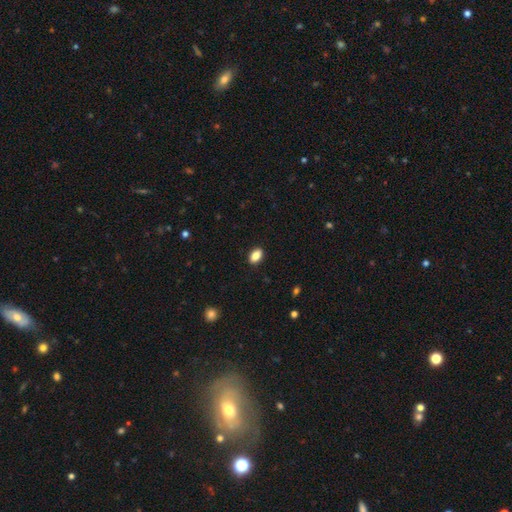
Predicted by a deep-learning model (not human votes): The model was most divided on "how rounded": in between: 87%, round: 11%, cigar-shaped: 2%. More confident: merging — none (89%); smooth or featured — smooth (85%).